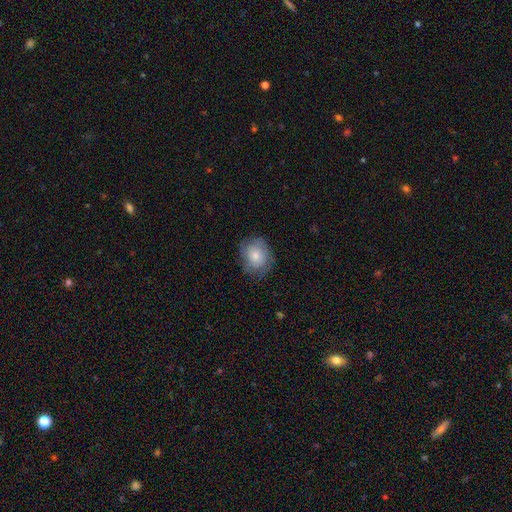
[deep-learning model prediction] Morphology: type=smooth (71%); roundness=round (65%); merging=none (73%).